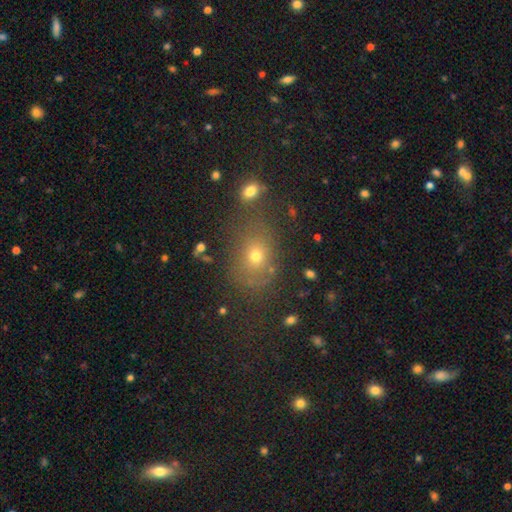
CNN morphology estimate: Smooth or featured? Predicted: smooth (p=0.65). How rounded? Predicted: in between (p=0.52). Merging? Predicted: none (p=0.64).